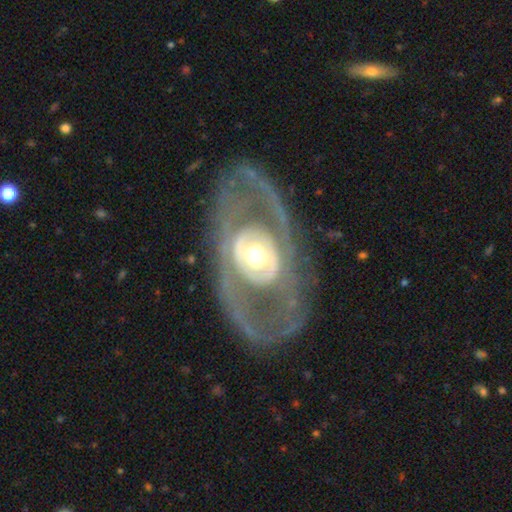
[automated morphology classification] smooth_or_featured: featured or disk (p=0.81) [alt: smooth p=0.15]
disk_edge_on: no (p=0.91) [alt: yes p=0.09]
bar: no (p=0.72) [alt: weak p=0.18]
has_spiral_arms: no (p=0.55) [alt: yes p=0.45]
bulge_size: moderate (p=0.63) [alt: large p=0.26]
merging: none (p=0.71) [alt: major disturbance p=0.14]